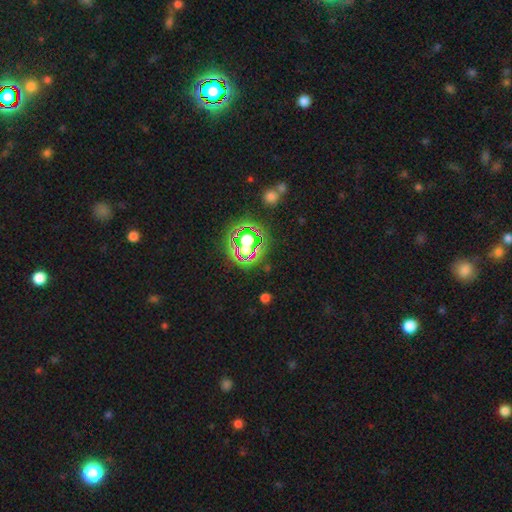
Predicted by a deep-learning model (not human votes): A star or artifact, not a galaxy (79%).

Vote fractions:
- Smooth or featured? star or artifact: 79% / smooth: 13% / featured or disk: 7%